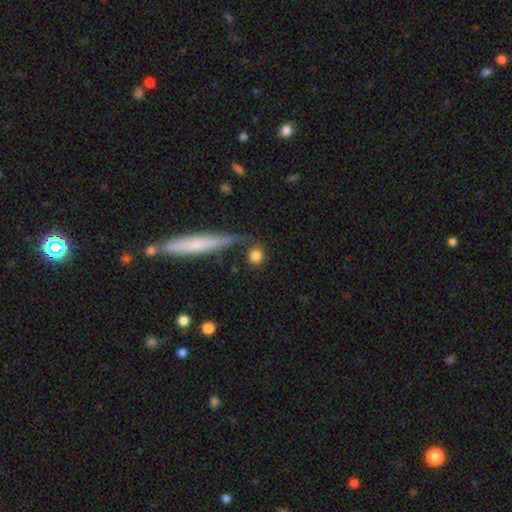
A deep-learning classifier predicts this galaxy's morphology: Q: Smooth or featured?
A: smooth (83%); runner-up: star or artifact (9%)
Q: How rounded?
A: round (86%); runner-up: in between (9%)
Q: Merging?
A: none (78%); runner-up: minor disturbance (10%)